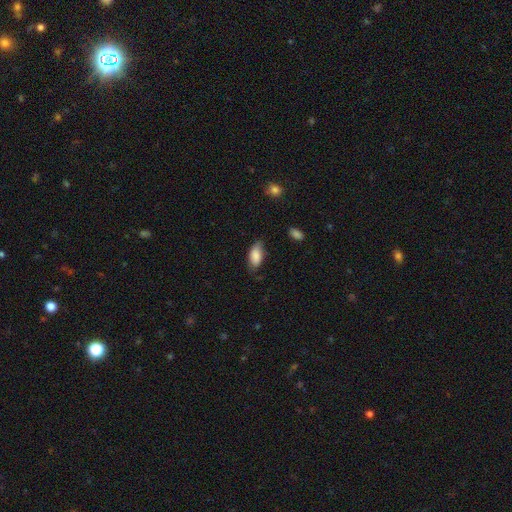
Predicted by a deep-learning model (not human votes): This is clearly a smooth galaxy (84%). How rounded: clearly in between (91%). Merging: likely none (62%).